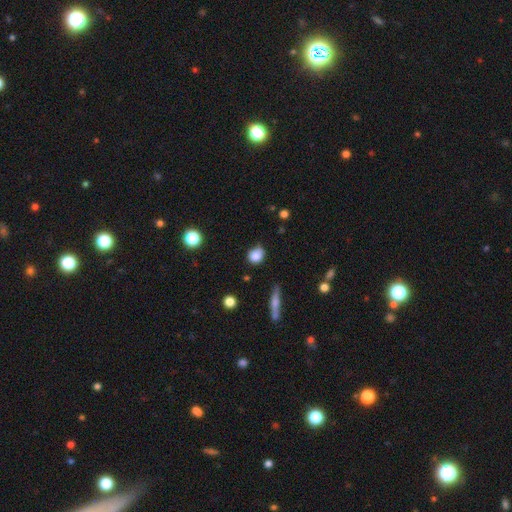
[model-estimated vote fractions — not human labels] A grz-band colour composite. It shows a smooth galaxy with no disk features (83%) that is round (64%). Merging: none (66%).